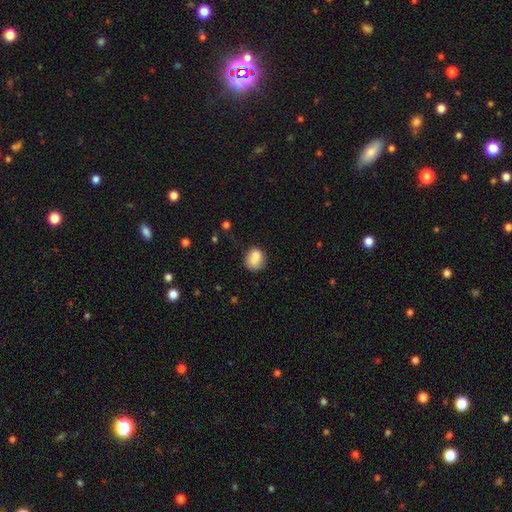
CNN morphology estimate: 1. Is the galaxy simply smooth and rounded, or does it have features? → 81% smooth, 10% featured or disk, 9% star or artifact.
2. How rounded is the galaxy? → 64% round, 35% in between, 1% cigar-shaped.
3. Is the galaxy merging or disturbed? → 57% none, 26% minor disturbance, 9% major disturbance, 9% merger.